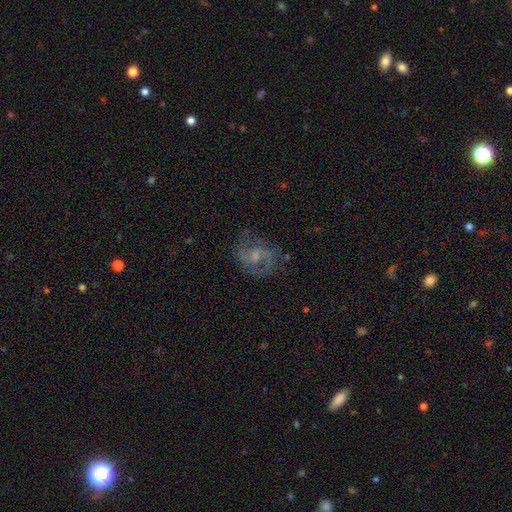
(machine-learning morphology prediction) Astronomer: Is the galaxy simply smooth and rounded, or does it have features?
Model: featured or disk — 88%.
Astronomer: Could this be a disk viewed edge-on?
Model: no — 98%.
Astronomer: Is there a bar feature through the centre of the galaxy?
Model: weak — 49% (runner-up: no, 41%).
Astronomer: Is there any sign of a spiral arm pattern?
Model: yes — 97%.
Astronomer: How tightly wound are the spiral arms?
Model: medium — 61%.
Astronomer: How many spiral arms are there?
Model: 2 — 90%.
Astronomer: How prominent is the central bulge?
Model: small — 56% (runner-up: moderate, 32%).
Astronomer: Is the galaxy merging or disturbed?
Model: none — 76%.